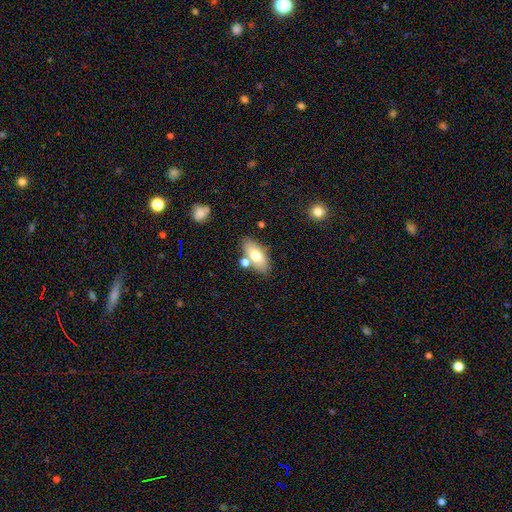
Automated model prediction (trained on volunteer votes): Smooth or featured? smooth (70%)
How rounded? in between (85%)
Merging? none (72%)